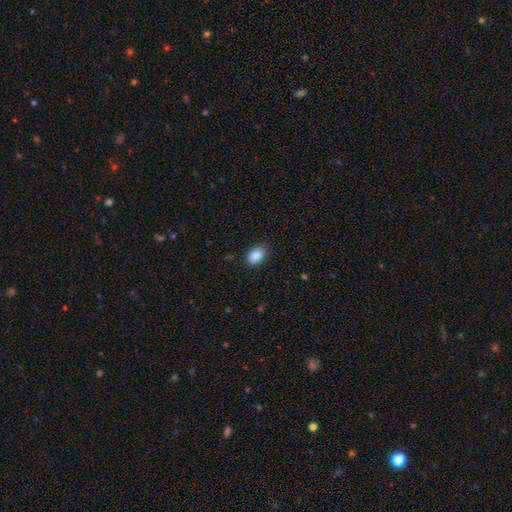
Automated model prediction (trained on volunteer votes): Smooth or featured: smooth — 87% (star or artifact — 8%)
How rounded: in between — 77% (round — 22%)
Merging: none — 86% (minor disturbance — 11%)